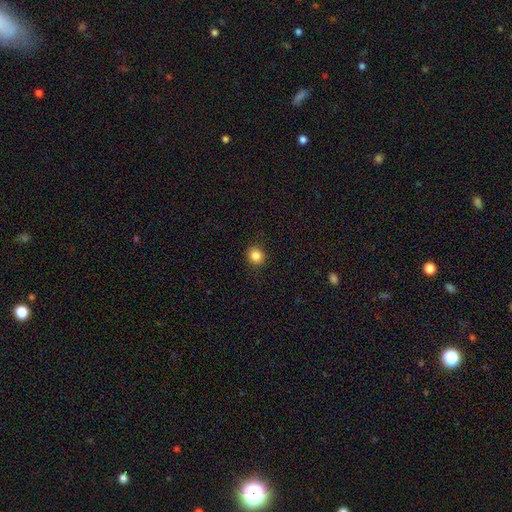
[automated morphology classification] Overall: smooth (85%). How rounded: round (83%). Merging: none (90%).